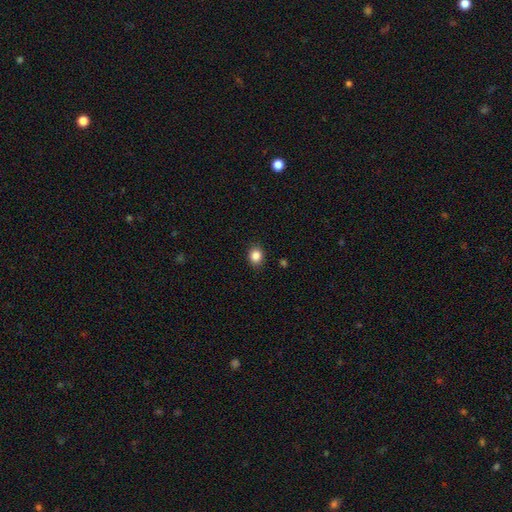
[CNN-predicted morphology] smooth-or-featured: smooth: 86% | star or artifact: 10% | featured or disk: 4%
  how-rounded: round: 61% | in between: 38% | cigar-shaped: 1%
  merging: none: 89% | minor disturbance: 8% | major disturbance: 2% | merger: 1%